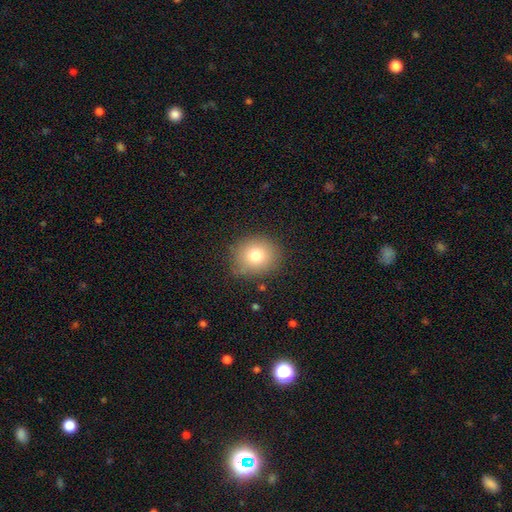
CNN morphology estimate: A smooth galaxy with no disk features (77%) that is round (75%). Merging: none (83%).